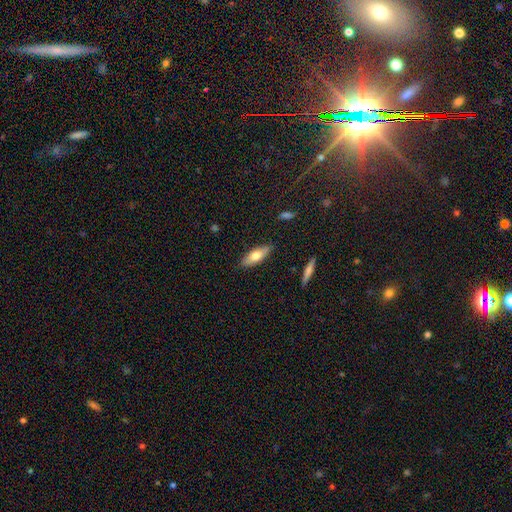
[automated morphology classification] This is likely a smooth galaxy (65%). How rounded: possibly in between (59%). Merging: clearly none (86%).